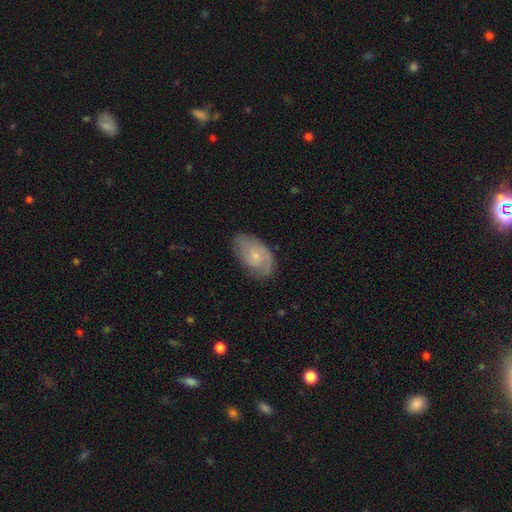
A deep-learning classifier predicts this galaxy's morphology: This appears to be a featured or disk galaxy (57%) with no bar (74%), spiral arms (85%) and a small central bulge (73%). Merging: none (72%).